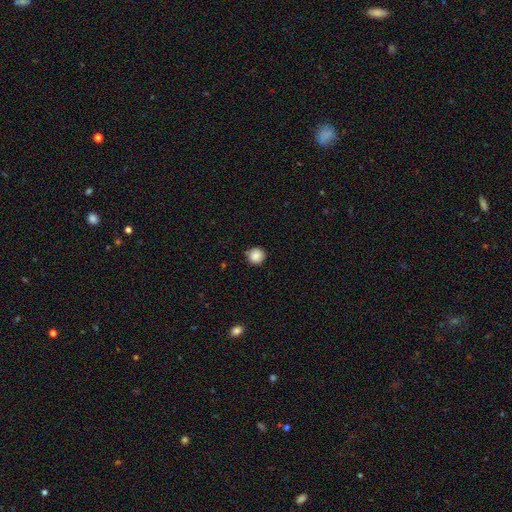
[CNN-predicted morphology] type=smooth (88%); roundness=round (94%); merging=none (89%).